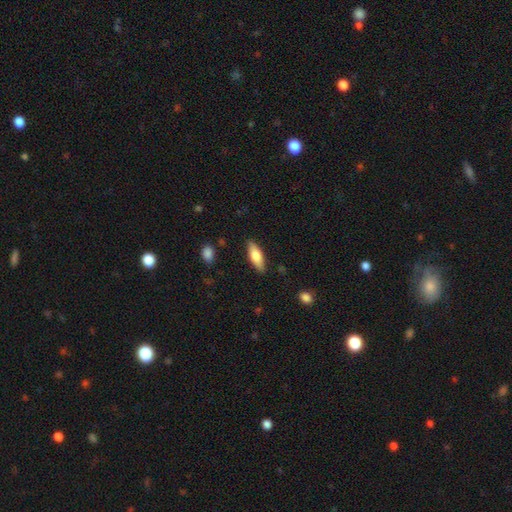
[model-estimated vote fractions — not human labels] Smooth or featured? smooth (65%)
How rounded? in between (58%)
Merging? none (86%)